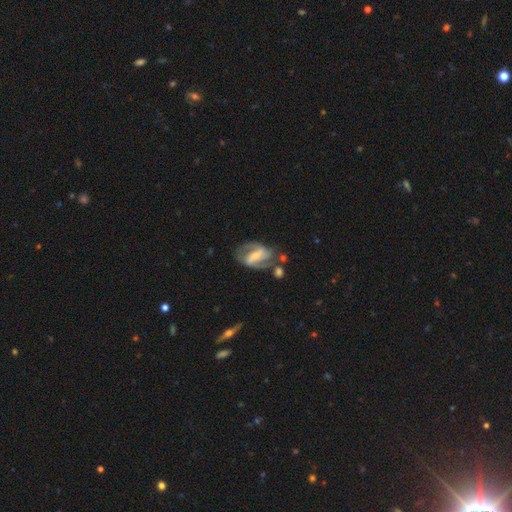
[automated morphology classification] This appears to be a featured or disk galaxy (84%) with a strong bar (48%), 2 (81%) medium (51%) spiral arms (93%) and a small central bulge (58%). Merging: none (60%).